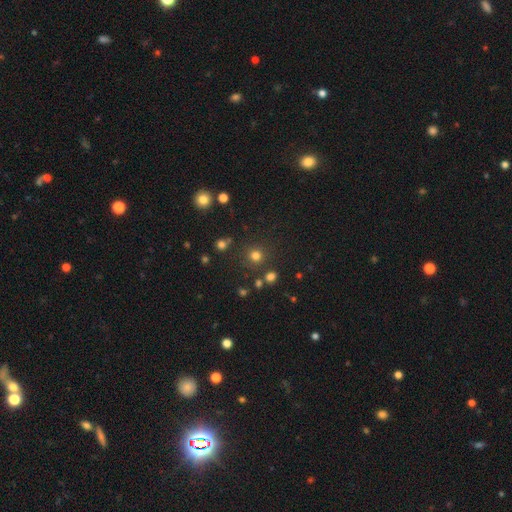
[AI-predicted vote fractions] Smooth or featured?
  - smooth: 75% *
  - star or artifact: 19%
  - featured or disk: 6%
How rounded?
  - round: 91% *
  - in between: 8%
  - cigar-shaped: 1%
Merging?
  - none: 82% *
  - minor disturbance: 8%
  - merger: 6%
  - major disturbance: 3%